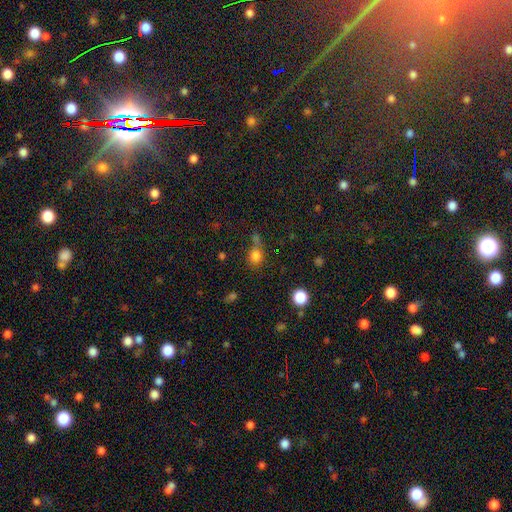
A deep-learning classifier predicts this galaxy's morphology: A smooth galaxy with no disk features (77%) that is round (77%). Merging: none (49%).